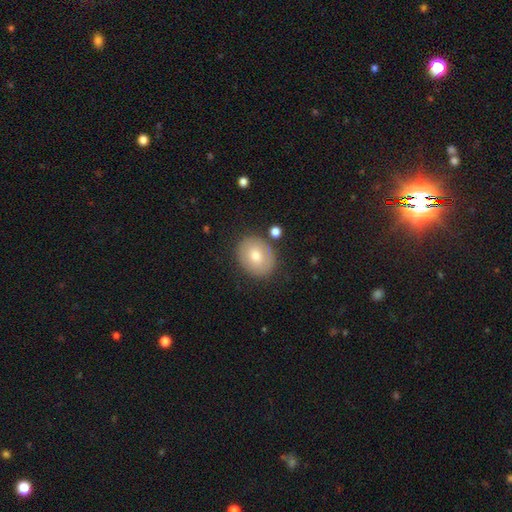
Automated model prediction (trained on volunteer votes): The model was most divided on "how rounded": round: 58%, in between: 42%, cigar-shaped: 1%. More confident: merging — none (81%); smooth or featured — smooth (68%).